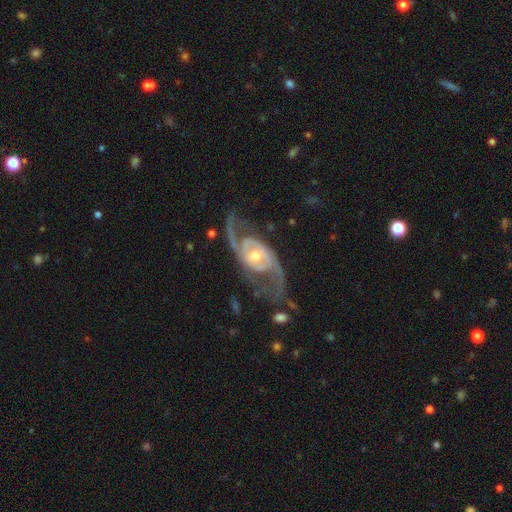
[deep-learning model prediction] This is clearly a featured or disk galaxy (92%). It is clearly not viewed edge-on (96%). Bar: possibly no (60%). Spiral arm pattern: clearly yes (97%). Spiral arm count: clearly 2 (92%). Spiral winding: possibly medium (45%). Central bulge: possibly moderate (52%). Merging: likely none (67%).